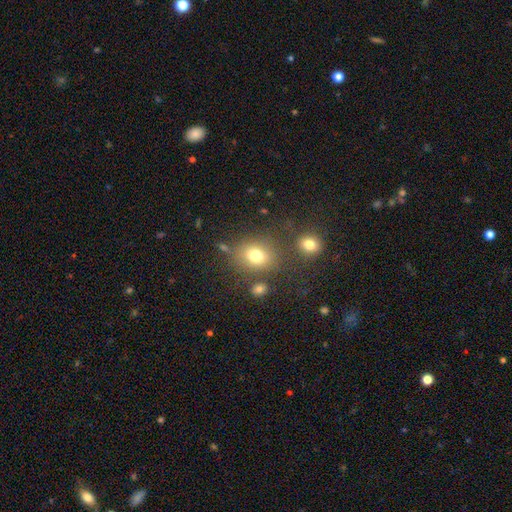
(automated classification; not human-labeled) Q: Smooth or featured?
A: smooth (74%); runner-up: star or artifact (15%)
Q: How rounded?
A: round (56%); runner-up: in between (43%)
Q: Merging?
A: none (71%); runner-up: minor disturbance (13%)